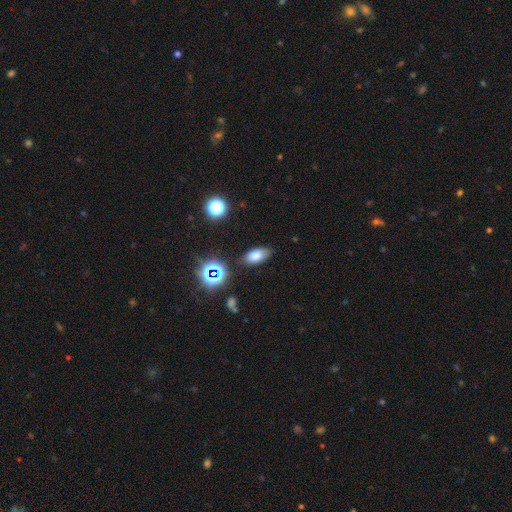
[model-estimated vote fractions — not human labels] smooth 76%, star or artifact 15%, featured or disk 9%. Down the decision tree: how rounded — in between (89%); merging — none (82%).